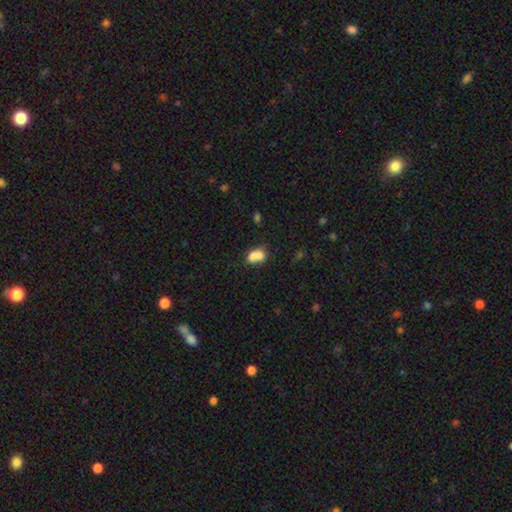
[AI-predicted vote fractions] Q: Smooth or featured?
A: smooth (71%); runner-up: featured or disk (19%)
Q: How rounded?
A: in between (56%); runner-up: round (42%)
Q: Merging?
A: merger (64%); runner-up: none (22%)